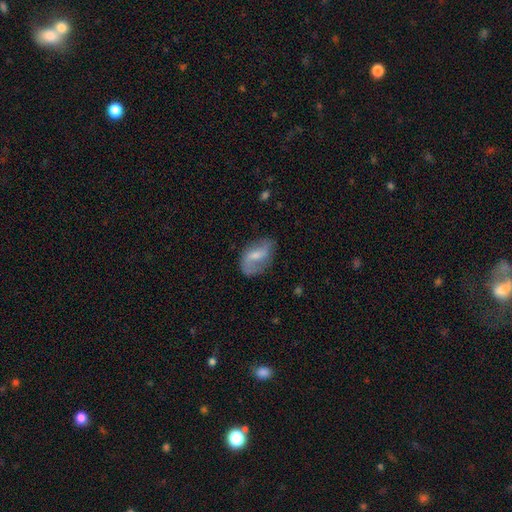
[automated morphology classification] featured or disk 58%, smooth 35%, star or artifact 7%. Down the decision tree: edge-on disk — no (95%); bar — weak (49%); spiral arms — yes (81%); bulge size — moderate (42%, tied with small); merging — none (63%).